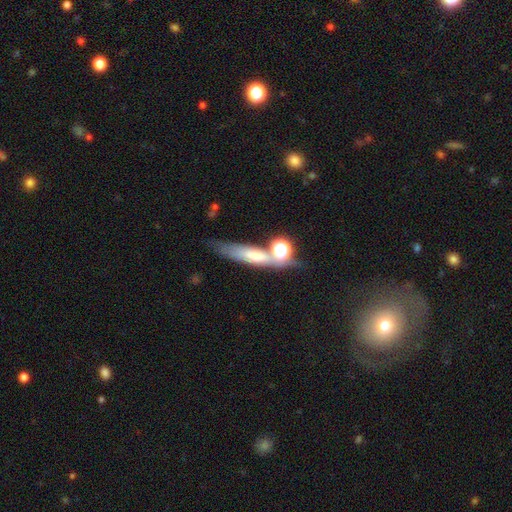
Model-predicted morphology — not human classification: smooth-or-featured: smooth: 51% | featured or disk: 31% | star or artifact: 18%
  how-rounded: cigar-shaped: 66% | in between: 22% | round: 12%
  merging: none: 55% | merger: 18% | minor disturbance: 18% | major disturbance: 10%